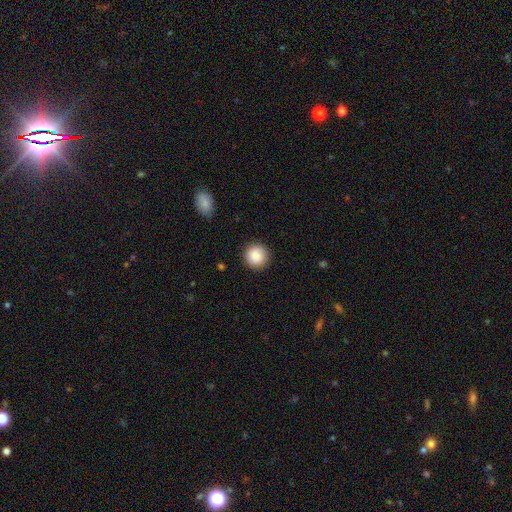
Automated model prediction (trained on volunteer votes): Q: Smooth or featured?
A: smooth (88%); runner-up: star or artifact (8%)
Q: How rounded?
A: round (94%); runner-up: in between (5%)
Q: Merging?
A: none (91%); runner-up: minor disturbance (6%)